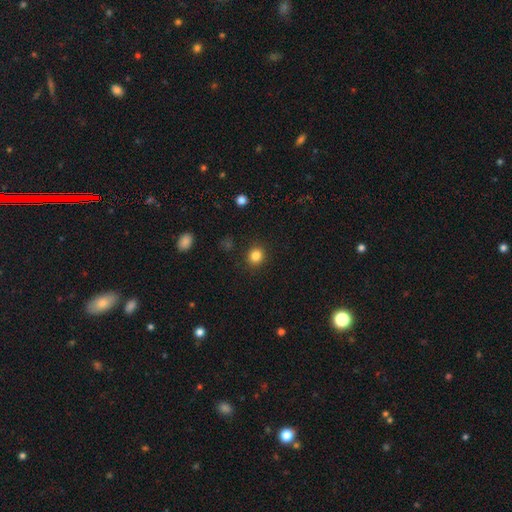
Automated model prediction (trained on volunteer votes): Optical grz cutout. It shows a smooth galaxy with no disk features (84%) that is round (82%). Merging: none (90%).